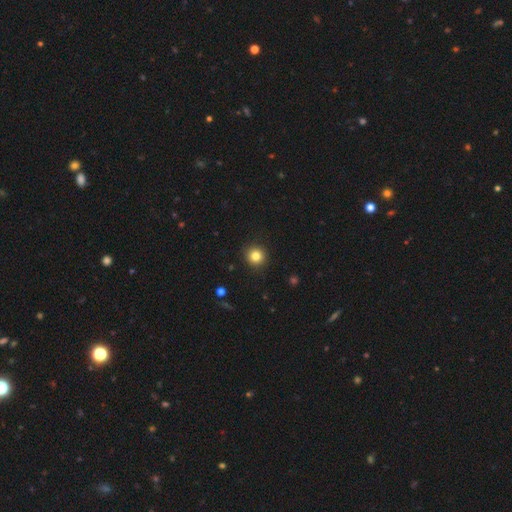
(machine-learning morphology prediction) Smooth or featured? smooth (83%)
How rounded? round (94%)
Merging? none (92%)